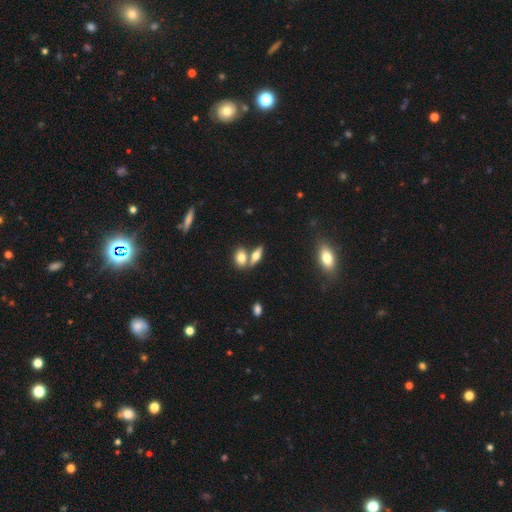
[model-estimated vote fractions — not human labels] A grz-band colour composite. It shows a smooth galaxy with no disk features (60%) that is in between round and cigar-shaped (69%). Merging: none (55%).